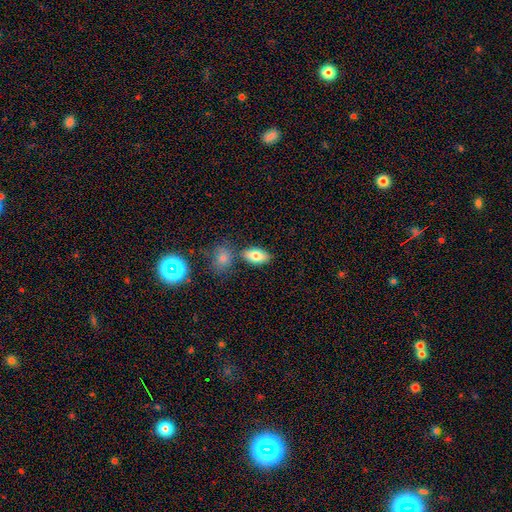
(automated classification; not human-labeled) The model was most divided on "merging": none: 73%, minor disturbance: 12%, merger: 12%, major disturbance: 3%. More confident: how rounded — in between (91%); smooth or featured — smooth (80%).